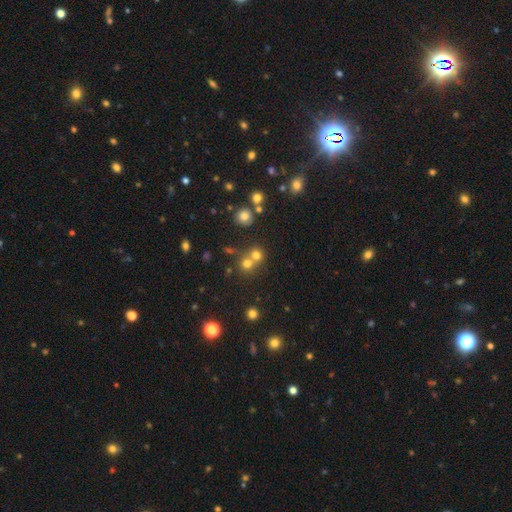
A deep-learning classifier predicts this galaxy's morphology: The model was most divided on "merging": none: 52%, merger: 39%, minor disturbance: 6%, major disturbance: 3%. More confident: how rounded — round (87%); smooth or featured — smooth (68%).